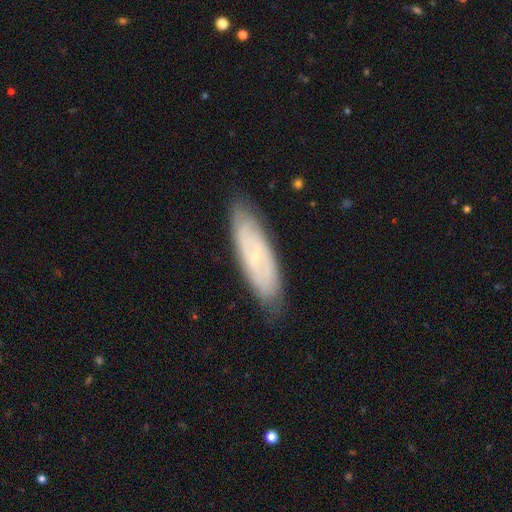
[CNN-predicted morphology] The model was most divided on "smooth or featured": featured or disk: 61%, smooth: 32%, star or artifact: 7%. More confident: merging — none (82%); edge-on disk — no (76%).